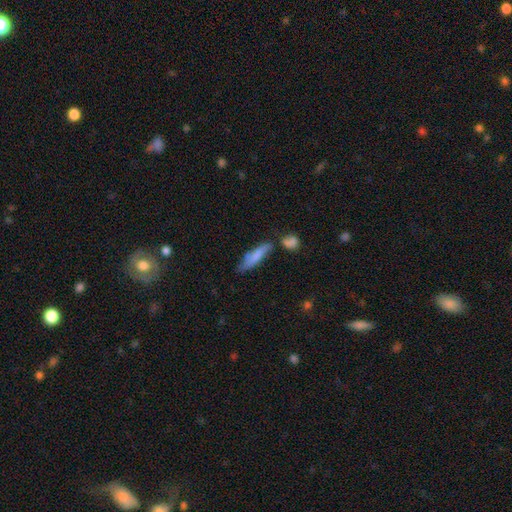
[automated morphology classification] Smooth or featured? smooth (68%)
How rounded? cigar-shaped (66%)
Merging? none (45%)